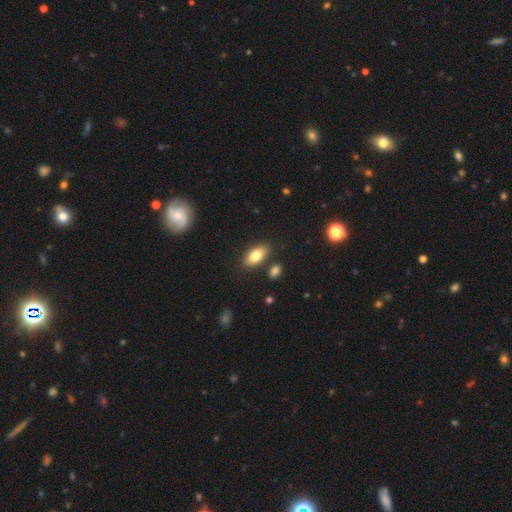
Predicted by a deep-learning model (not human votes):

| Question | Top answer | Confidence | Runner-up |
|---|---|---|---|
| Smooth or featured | smooth | 80% | featured or disk (12%) |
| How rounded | in between | 91% | cigar-shaped (5%) |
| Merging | none | 81% | minor disturbance (11%) |